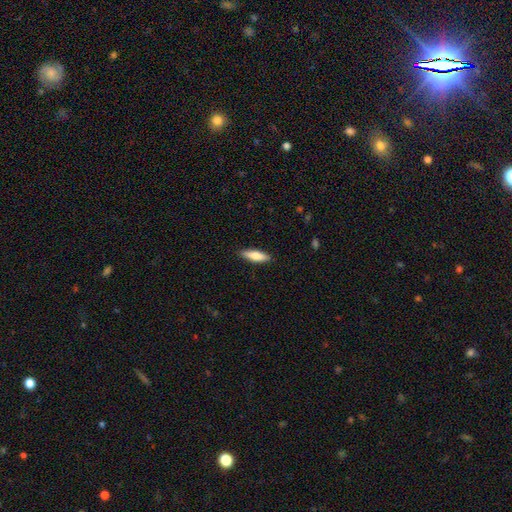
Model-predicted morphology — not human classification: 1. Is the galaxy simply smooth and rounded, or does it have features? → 74% smooth, 20% featured or disk, 6% star or artifact.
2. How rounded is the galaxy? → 55% cigar-shaped, 43% in between, 2% round.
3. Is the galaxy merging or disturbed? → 89% none, 9% minor disturbance, 2% major disturbance, 1% merger.